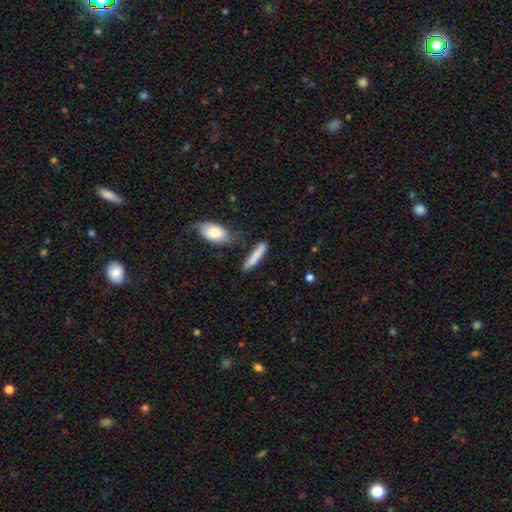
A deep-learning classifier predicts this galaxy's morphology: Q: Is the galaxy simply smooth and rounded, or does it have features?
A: smooth — 78%.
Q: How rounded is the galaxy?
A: cigar-shaped — 84%.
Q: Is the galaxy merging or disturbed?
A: none — 62%.